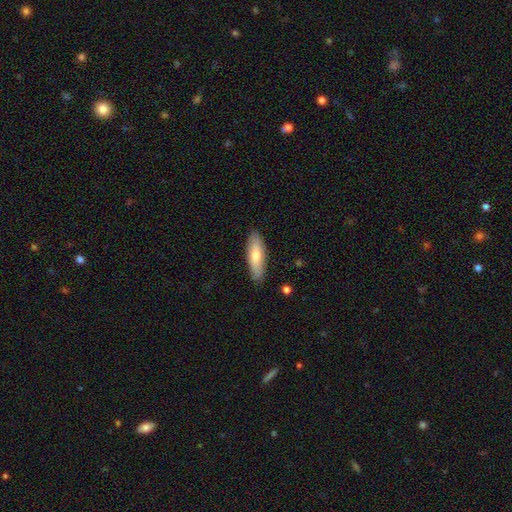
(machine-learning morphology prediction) smooth 76%, featured or disk 19%, star or artifact 5%. Down the decision tree: how rounded — cigar-shaped (50%); merging — none (86%).